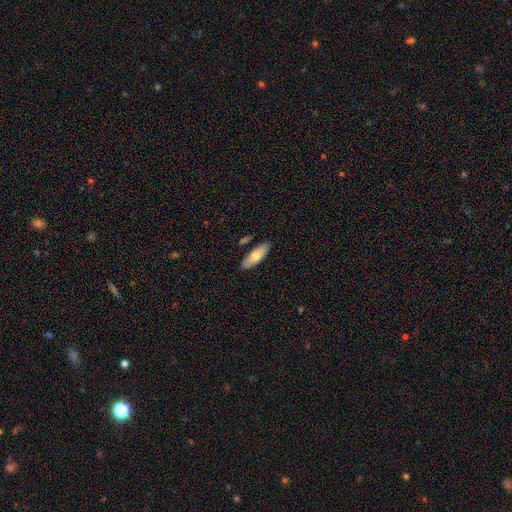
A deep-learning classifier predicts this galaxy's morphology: Smooth or featured? Predicted: smooth (p=0.69). How rounded? Predicted: in between (p=0.70). Merging? Predicted: none (p=0.86).